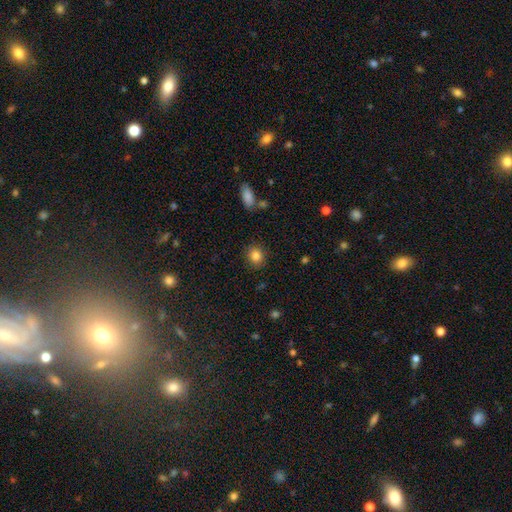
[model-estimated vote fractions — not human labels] A smooth galaxy with no disk features (84%) that is round (78%).

Vote fractions:
- Smooth or featured? smooth: 84% / star or artifact: 10% / featured or disk: 6%
- How rounded? round: 78% / in between: 21% / cigar-shaped: 1%
- Merging? none: 87% / minor disturbance: 8% / major disturbance: 3% / merger: 2%